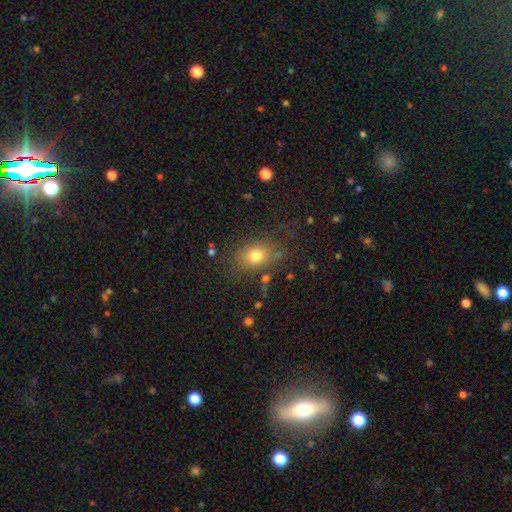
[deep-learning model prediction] Smooth or featured: smooth — 75% (star or artifact — 13%)
How rounded: in between — 58% (round — 41%)
Merging: none — 73% (minor disturbance — 16%)